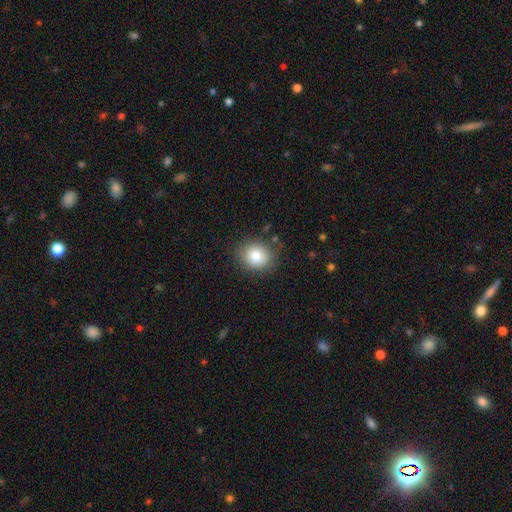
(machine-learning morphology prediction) smooth-or-featured: smooth: 79% | star or artifact: 11% | featured or disk: 10%
  how-rounded: round: 77% | in between: 22% | cigar-shaped: 1%
  merging: none: 84% | minor disturbance: 11% | major disturbance: 3% | merger: 2%